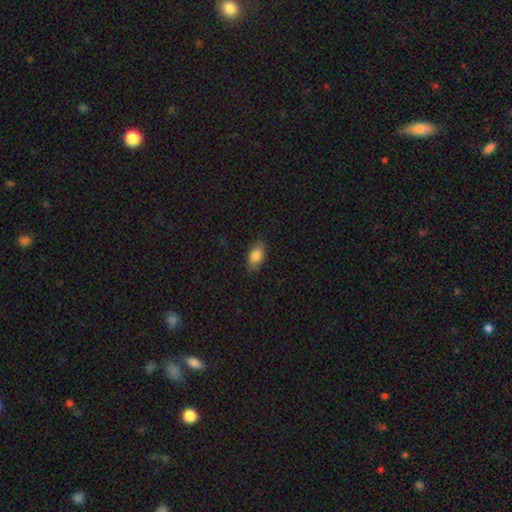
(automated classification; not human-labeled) Smooth or featured?
  - smooth: 83% *
  - featured or disk: 9%
  - star or artifact: 8%
How rounded?
  - in between: 88% *
  - round: 7%
  - cigar-shaped: 5%
Merging?
  - none: 82% *
  - minor disturbance: 14%
  - major disturbance: 3%
  - merger: 1%